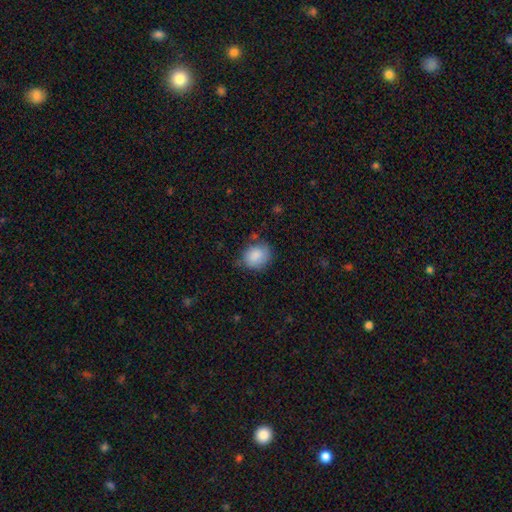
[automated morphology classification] This is clearly a smooth galaxy (87%). How rounded: possibly round (59%). Merging: likely none (70%).